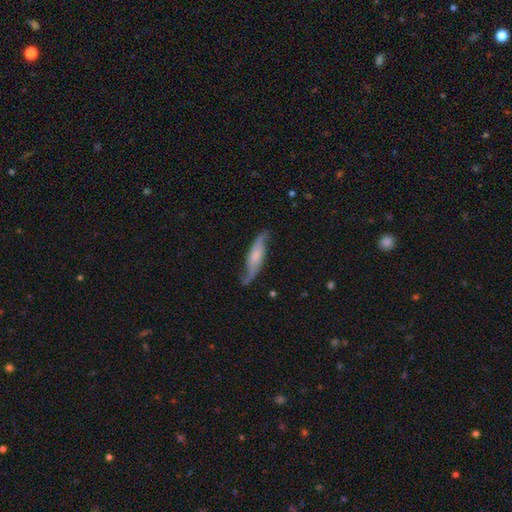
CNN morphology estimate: Smooth or featured: featured or disk — 68% (smooth — 26%)
Edge-on disk: no — 69% (yes — 31%)
Merging: none — 73% (minor disturbance — 19%)